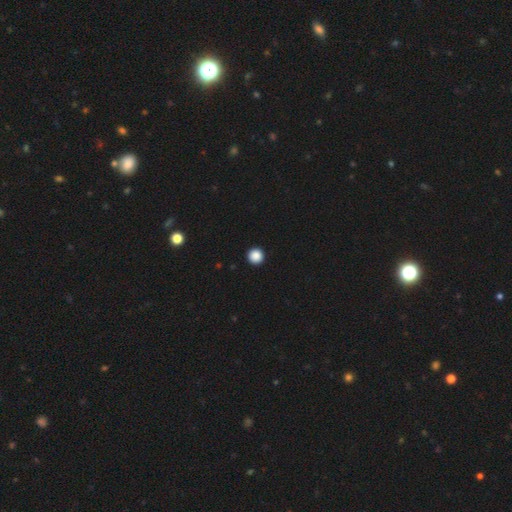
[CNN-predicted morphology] Smooth or featured? Predicted: smooth (p=0.88). How rounded? Predicted: round (p=0.97). Merging? Predicted: none (p=0.94).